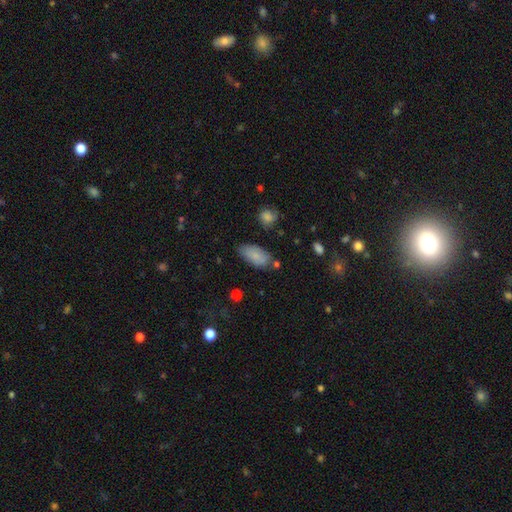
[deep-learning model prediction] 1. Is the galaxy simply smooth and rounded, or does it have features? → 81% smooth, 12% featured or disk, 7% star or artifact.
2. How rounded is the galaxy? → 91% in between, 6% cigar-shaped, 3% round.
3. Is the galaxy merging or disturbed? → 69% none, 22% minor disturbance, 5% merger, 5% major disturbance.